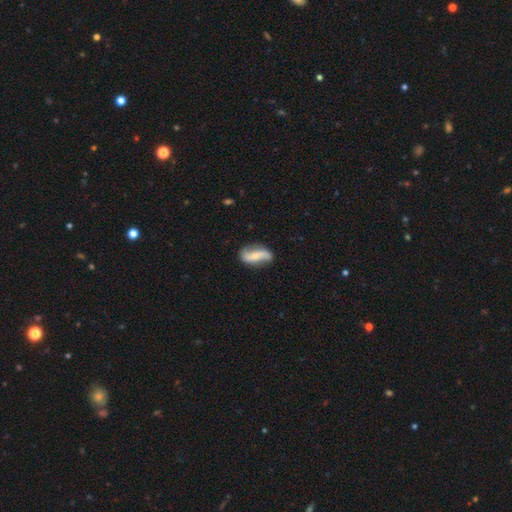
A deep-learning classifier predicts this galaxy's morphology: smooth-or-featured: featured or disk: 68% | smooth: 26% | star or artifact: 6%
  disk-edge-on: no: 93% | yes: 7%
    bar: no: 42% | strong: 30% | weak: 28%
    has-spiral-arms: yes: 90% | no: 10%
      spiral-winding: loose: 74% | medium: 18% | tight: 8%
      spiral-arm-count: 2: 90% | can't tell: 4% | 1: 3% | 3: 1% | 4: 1% | more than 4: 1%
    bulge-size: small: 54% | moderate: 34% | none: 8% | large: 3% | dominant: 1%
  merging: none: 72% | minor disturbance: 19% | major disturbance: 6% | merger: 2%